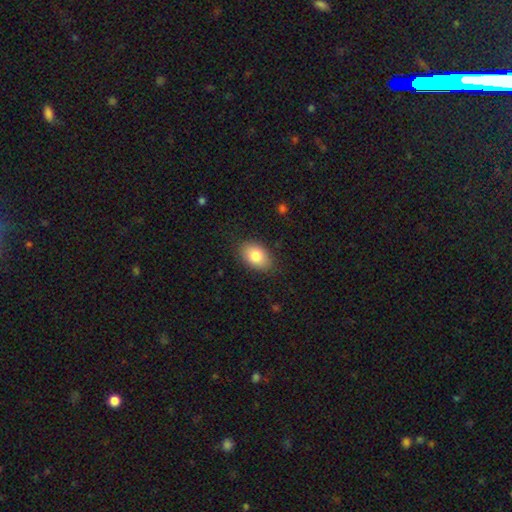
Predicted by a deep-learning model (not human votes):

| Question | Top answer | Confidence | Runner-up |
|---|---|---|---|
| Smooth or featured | smooth | 82% | featured or disk (10%) |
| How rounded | in between | 88% | round (11%) |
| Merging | none | 85% | minor disturbance (11%) |